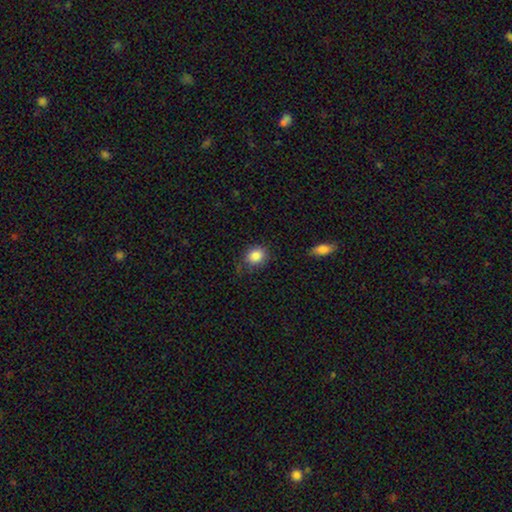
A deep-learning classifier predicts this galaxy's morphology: Smooth or featured? Predicted: smooth (p=0.86). How rounded? Predicted: round (p=0.67). Merging? Predicted: none (p=0.74).